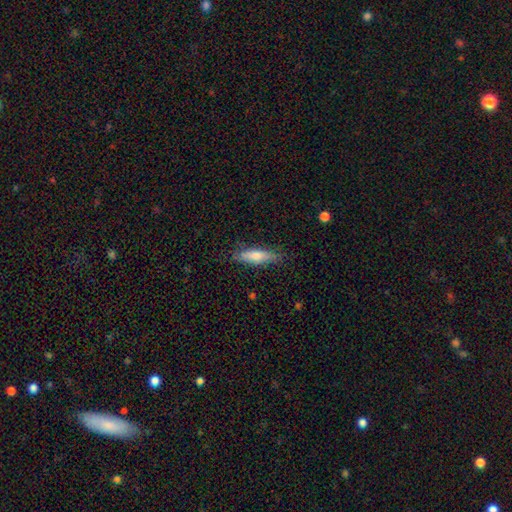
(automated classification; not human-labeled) A smooth galaxy with no disk features (72%) that is cigar-shaped (66%). Merging: none (78%).